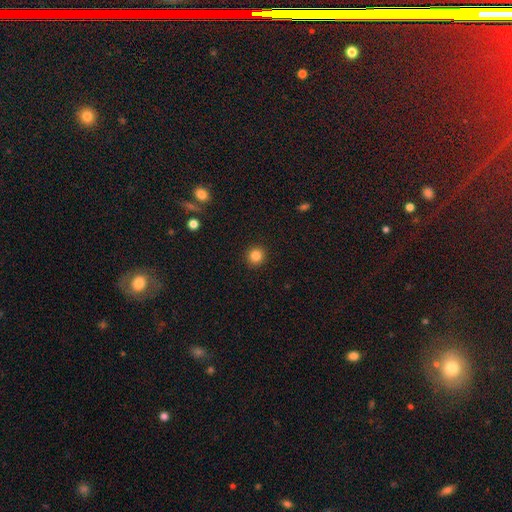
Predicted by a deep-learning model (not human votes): smooth-or-featured: smooth: 84% | star or artifact: 11% | featured or disk: 5%
  how-rounded: round: 93% | in between: 6% | cigar-shaped: 1%
  merging: none: 93% | minor disturbance: 5% | major disturbance: 2% | merger: 1%